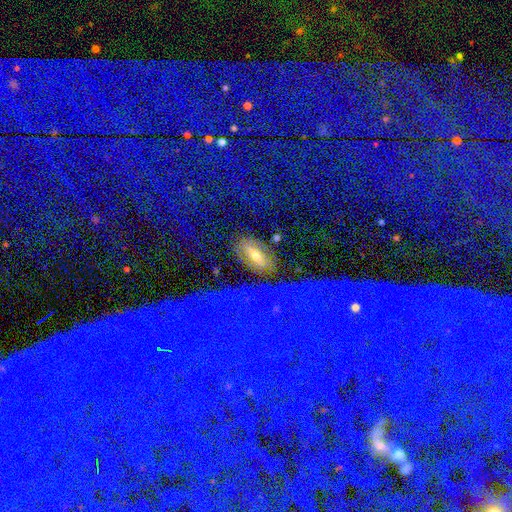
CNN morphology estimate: This is marginally a featured or disk galaxy (41%). Merging: likely none (74%).